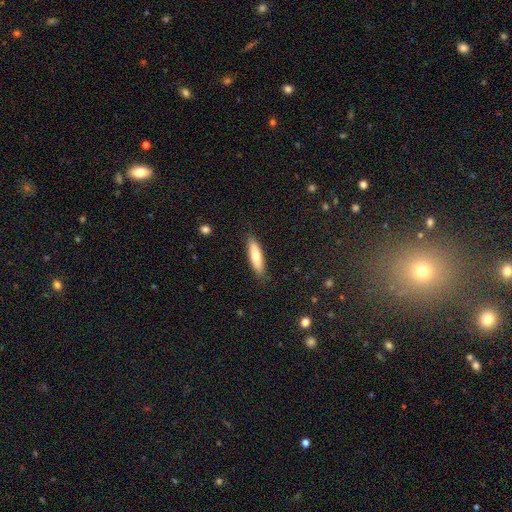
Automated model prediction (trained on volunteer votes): smooth 69%, featured or disk 25%, star or artifact 6%. Down the decision tree: how rounded — cigar-shaped (62%); merging — none (86%).